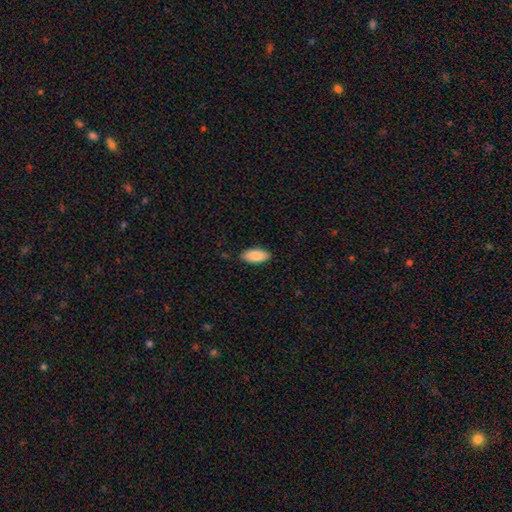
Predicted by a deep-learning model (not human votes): Smooth or featured: smooth — 88% (featured or disk — 6%)
How rounded: in between — 90% (cigar-shaped — 8%)
Merging: none — 88% (minor disturbance — 9%)